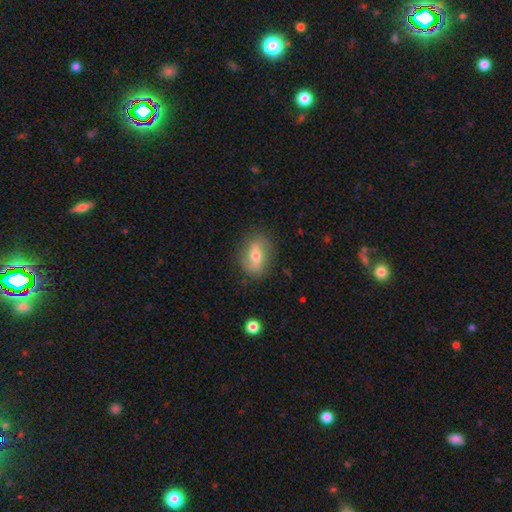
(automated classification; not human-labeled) Smooth or featured? Predicted: featured or disk (p=0.54). Edge-on disk? Predicted: no (p=0.92). Merging? Predicted: none (p=0.79).